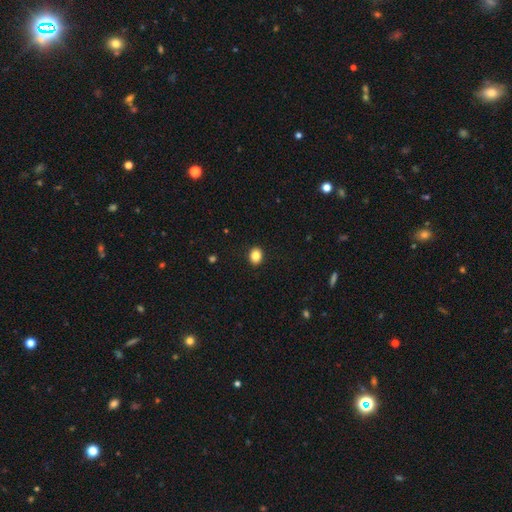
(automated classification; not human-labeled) smooth 85%, star or artifact 10%, featured or disk 6%. Down the decision tree: how rounded — round (53%); merging — none (91%).